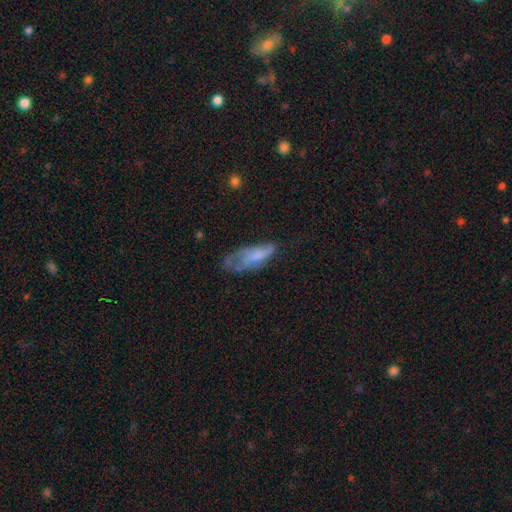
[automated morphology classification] A smooth galaxy with no disk features (50%).

Vote fractions:
- Smooth or featured? smooth: 50% / featured or disk: 42% / star or artifact: 9%
- Merging? none: 34% / minor disturbance: 31% / major disturbance: 31% / merger: 4%